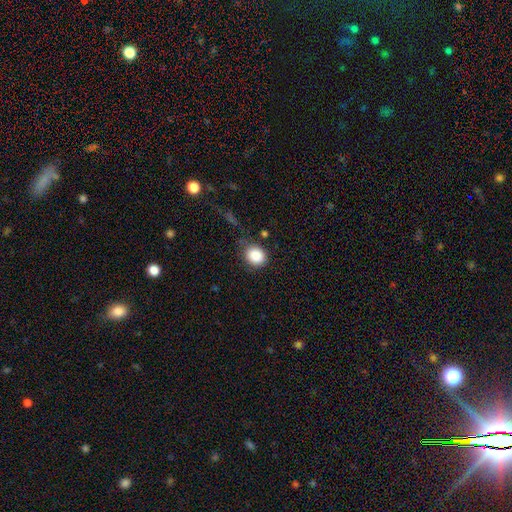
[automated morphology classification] type=smooth (87%); roundness=round (69%); merging=none (70%).